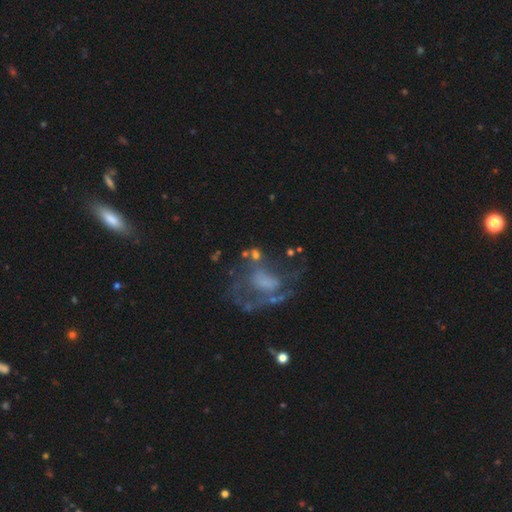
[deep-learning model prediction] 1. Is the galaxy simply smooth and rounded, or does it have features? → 63% featured or disk, 23% smooth, 14% star or artifact.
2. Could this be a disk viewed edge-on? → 97% no, 3% yes.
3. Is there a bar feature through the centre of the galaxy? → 69% no, 23% weak, 8% strong.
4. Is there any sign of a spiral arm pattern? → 52% no, 48% yes.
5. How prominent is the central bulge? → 46% none, 21% moderate, 21% small, 9% large, 2% dominant.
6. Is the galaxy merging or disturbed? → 38% major disturbance, 36% none, 18% minor disturbance, 8% merger.